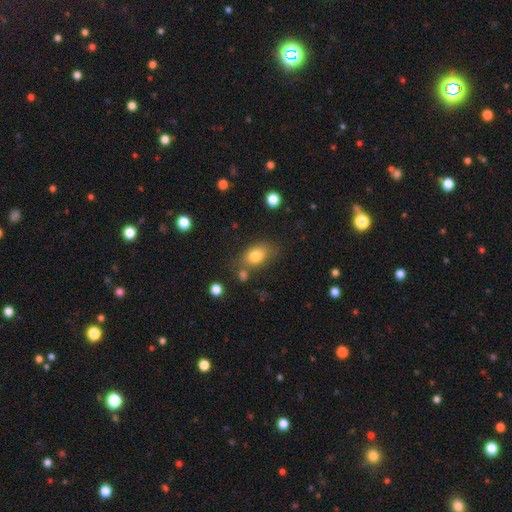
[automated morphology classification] This is likely a smooth galaxy (80%). How rounded: likely in between (79%). Merging: likely none (65%).